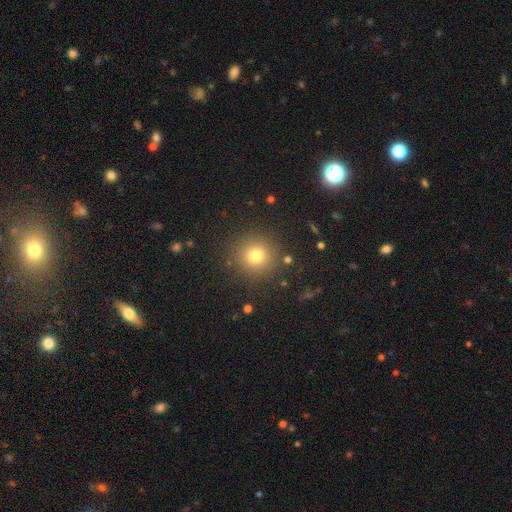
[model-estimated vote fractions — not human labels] Smooth or featured: smooth — 74% (star or artifact — 17%)
How rounded: round — 93% (in between — 6%)
Merging: none — 89% (minor disturbance — 6%)